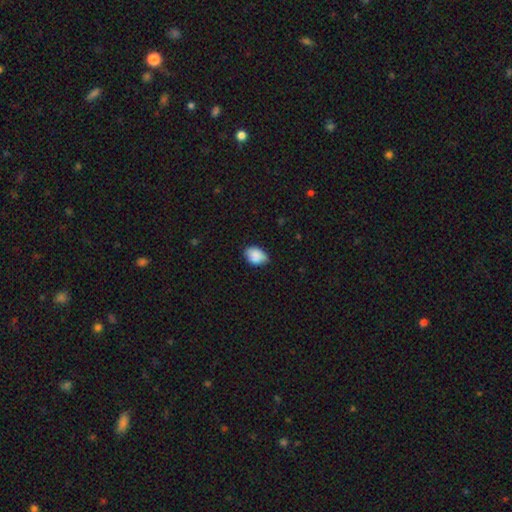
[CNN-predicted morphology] Smooth or featured: smooth — 88% (star or artifact — 7%)
How rounded: in between — 84% (round — 15%)
Merging: none — 71% (minor disturbance — 25%)